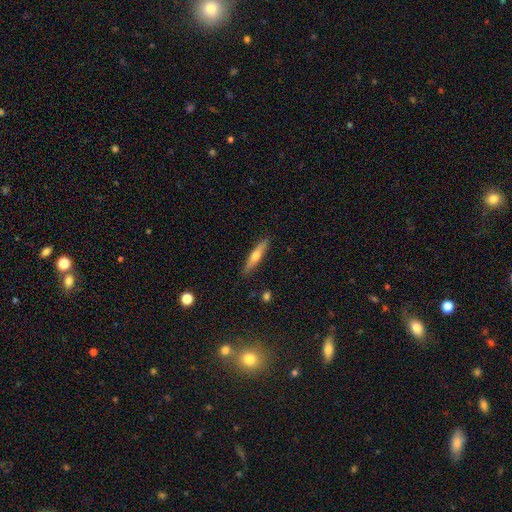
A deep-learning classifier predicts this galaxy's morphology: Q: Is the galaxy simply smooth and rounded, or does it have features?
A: smooth — 49%.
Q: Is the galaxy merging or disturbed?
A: none — 88%.